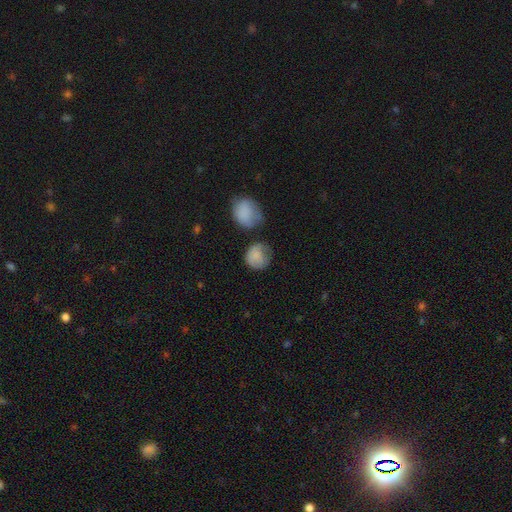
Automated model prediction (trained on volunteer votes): This appears to be a smooth galaxy with no disk features (80%) that is round (76%). Merging: none (46%).